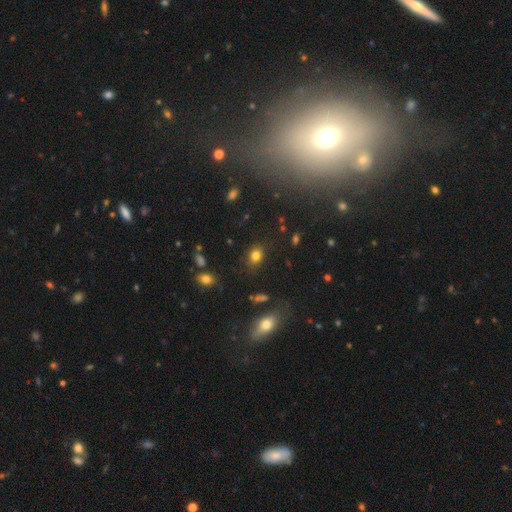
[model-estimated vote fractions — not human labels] A smooth galaxy with no disk features (80%) that is in between round and cigar-shaped (52%).

Vote fractions:
- Smooth or featured? smooth: 80% / star or artifact: 13% / featured or disk: 7%
- How rounded? in between: 52% / round: 46% / cigar-shaped: 1%
- Merging? none: 82% / minor disturbance: 11% / major disturbance: 4% / merger: 3%